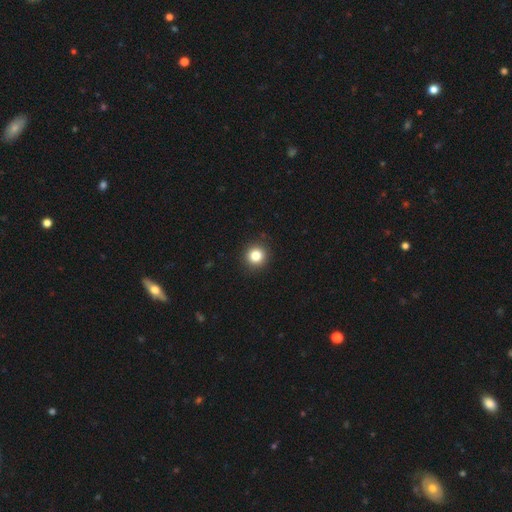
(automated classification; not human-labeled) smooth-or-featured: smooth: 83% | star or artifact: 12% | featured or disk: 5%
  how-rounded: round: 94% | in between: 5% | cigar-shaped: 1%
  merging: none: 92% | minor disturbance: 5% | major disturbance: 2% | merger: 1%